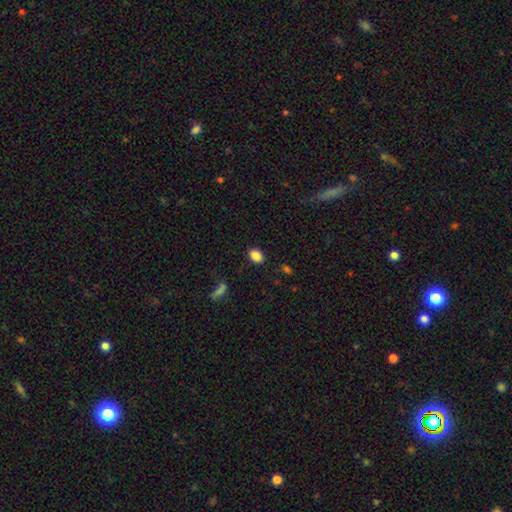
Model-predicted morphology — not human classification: type=smooth (86%); roundness=in between (79%); merging=none (86%).